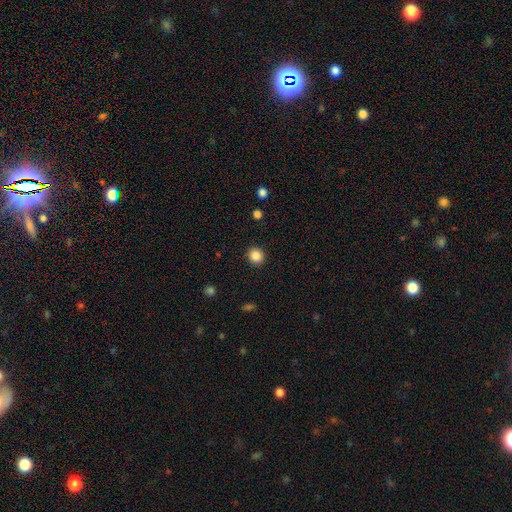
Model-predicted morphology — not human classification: smooth_or_featured: smooth (p=0.86) [alt: star or artifact p=0.11]
how_rounded: round (p=0.89) [alt: in between p=0.10]
merging: none (p=0.91) [alt: minor disturbance p=0.06]